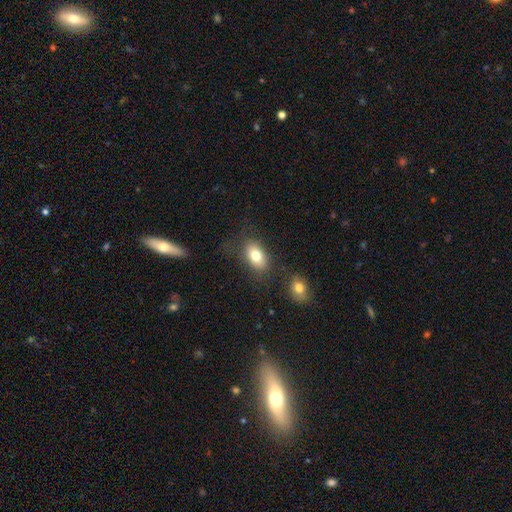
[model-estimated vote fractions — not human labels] Q: Smooth or featured?
A: smooth (79%); runner-up: featured or disk (13%)
Q: How rounded?
A: in between (86%); runner-up: round (12%)
Q: Merging?
A: none (73%); runner-up: minor disturbance (15%)